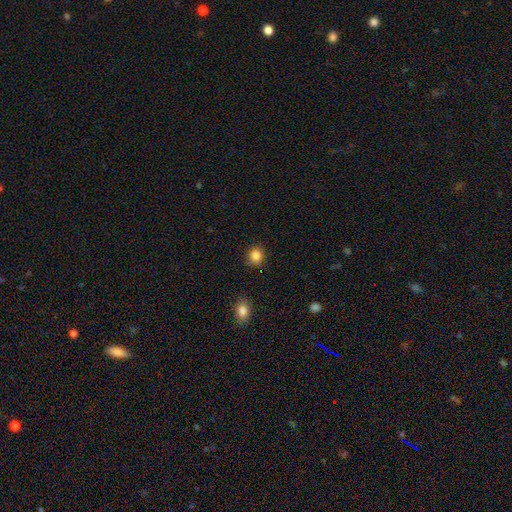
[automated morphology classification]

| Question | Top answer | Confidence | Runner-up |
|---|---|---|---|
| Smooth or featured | smooth | 86% | star or artifact (11%) |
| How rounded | round | 86% | in between (13%) |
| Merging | none | 89% | minor disturbance (8%) |